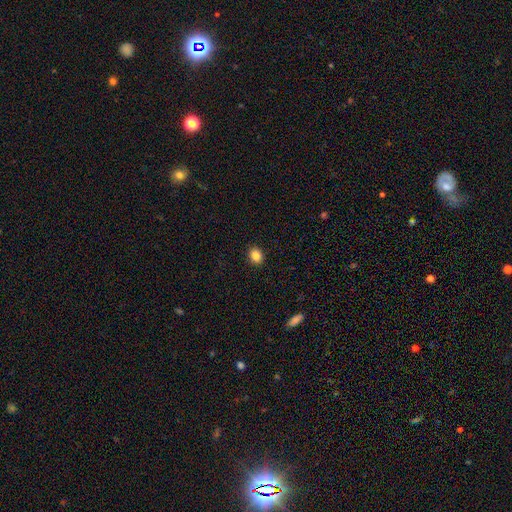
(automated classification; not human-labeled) Overall: smooth (86%). How rounded: round (55%; in between 44%). Merging: none (91%).